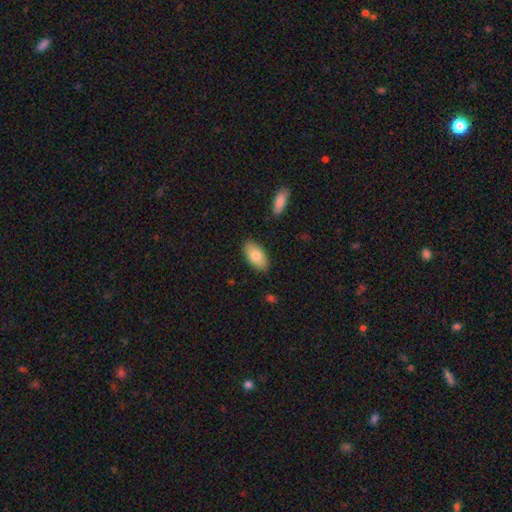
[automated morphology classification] A smooth galaxy with no disk features (79%) that is in between round and cigar-shaped (94%). Merging: none (86%).